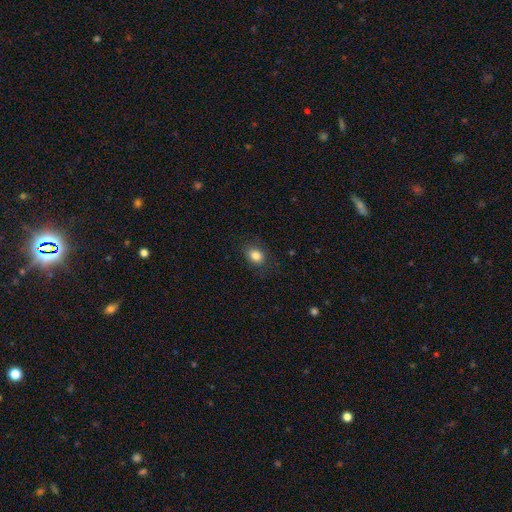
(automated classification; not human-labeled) smooth-or-featured: smooth: 84% | star or artifact: 10% | featured or disk: 6%
  how-rounded: in between: 54% | round: 45% | cigar-shaped: 1%
  merging: none: 84% | minor disturbance: 12% | major disturbance: 3% | merger: 1%